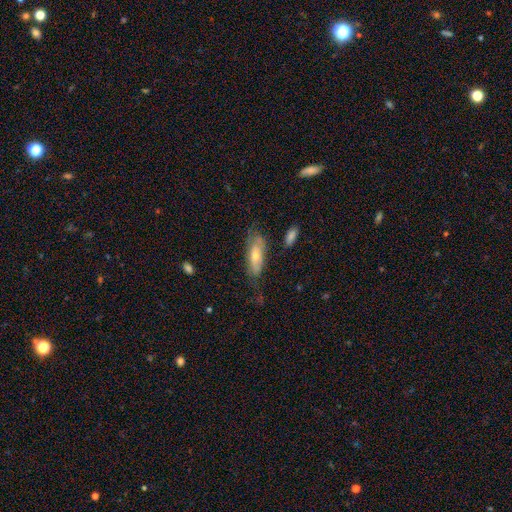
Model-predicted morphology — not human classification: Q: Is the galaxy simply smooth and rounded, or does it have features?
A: smooth — 55%.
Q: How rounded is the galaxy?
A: in between — 69%.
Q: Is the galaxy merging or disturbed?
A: none — 56%.